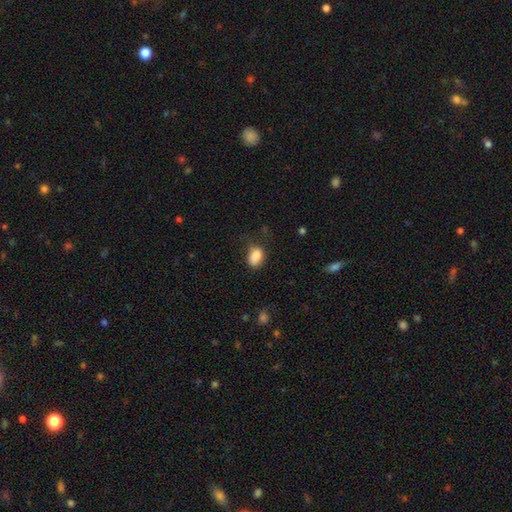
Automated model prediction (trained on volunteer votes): Q: Smooth or featured?
A: smooth (85%); runner-up: star or artifact (9%)
Q: How rounded?
A: in between (81%); runner-up: round (17%)
Q: Merging?
A: none (58%); runner-up: minor disturbance (29%)